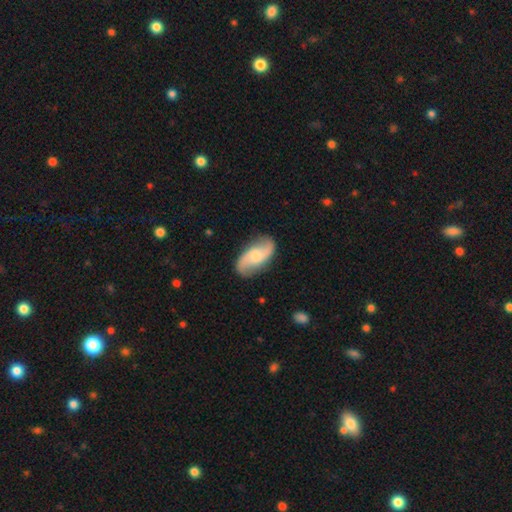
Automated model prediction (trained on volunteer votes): Smooth or featured: featured or disk — 76% (smooth — 19%)
Edge-on disk: no — 96% (yes — 4%)
Bar: weak — 48% (no — 41%)
Spiral arms: yes — 95% (no — 5%)
Spiral winding: loose — 64% (medium — 28%)
Spiral arm count: 2 — 92% (can't tell — 3%)
Bulge size: moderate — 40% (tied with small — 40%)
Merging: none — 83% (minor disturbance — 12%)